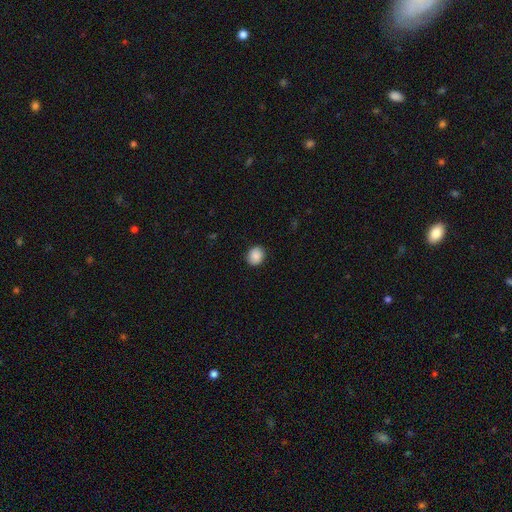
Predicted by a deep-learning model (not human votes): Smooth or featured: smooth — 88% (star or artifact — 8%)
How rounded: round — 66% (in between — 33%)
Merging: none — 89% (minor disturbance — 8%)